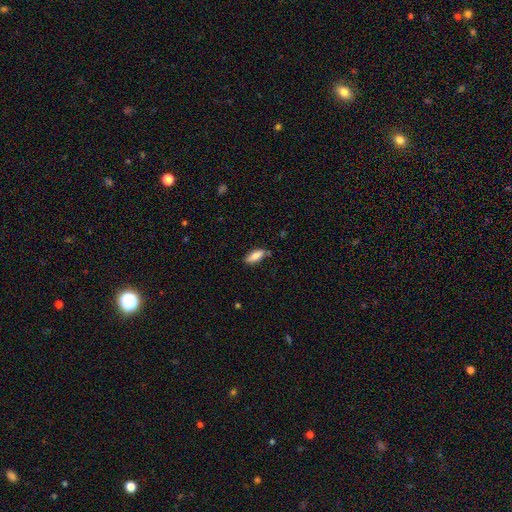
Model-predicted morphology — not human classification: This appears to be a smooth galaxy with no disk features (81%) that is in between round and cigar-shaped (77%). Merging: none (71%).